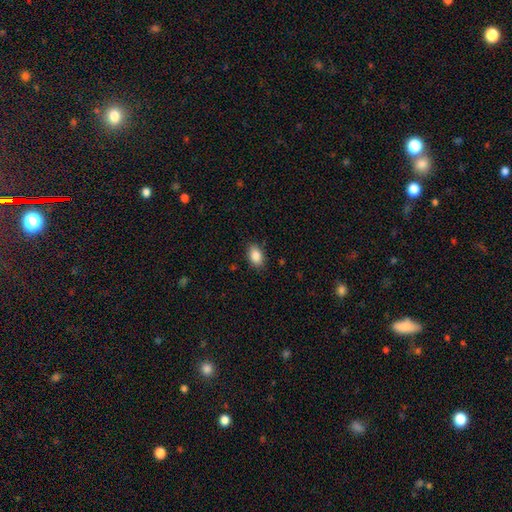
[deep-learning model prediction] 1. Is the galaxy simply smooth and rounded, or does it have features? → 87% smooth, 8% star or artifact, 5% featured or disk.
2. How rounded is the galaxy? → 87% in between, 11% round, 2% cigar-shaped.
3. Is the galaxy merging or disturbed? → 85% none, 11% minor disturbance, 2% major disturbance, 1% merger.